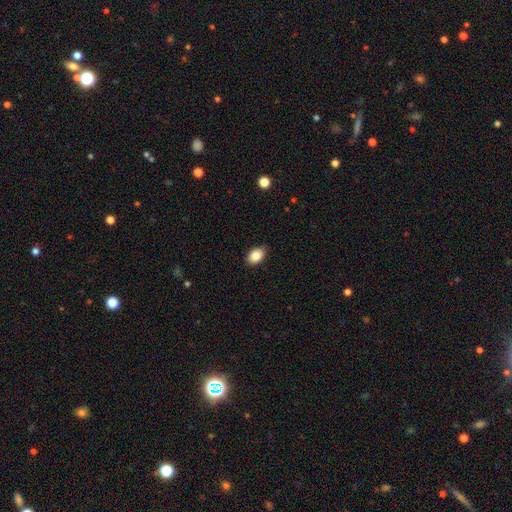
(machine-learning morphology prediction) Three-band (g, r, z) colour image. It shows a smooth galaxy with no disk features (85%) that is in between round and cigar-shaped (82%). Merging: none (84%).